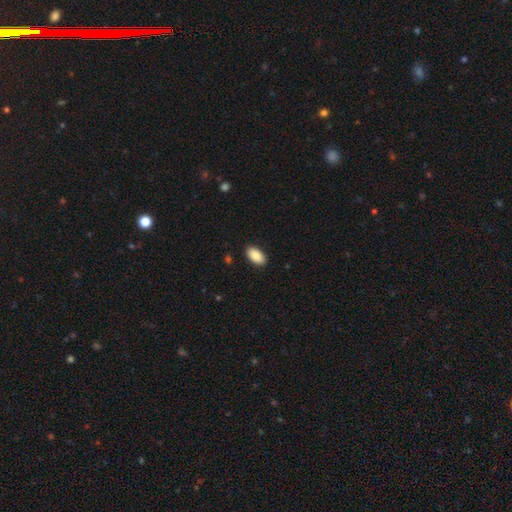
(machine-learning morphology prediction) A smooth galaxy with no disk features (89%) that is in between round and cigar-shaped (95%). Merging: none (90%).